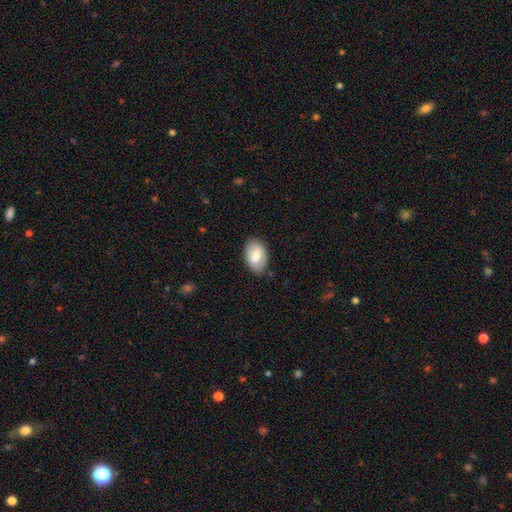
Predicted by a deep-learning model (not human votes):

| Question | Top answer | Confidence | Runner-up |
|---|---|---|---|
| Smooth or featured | smooth | 69% | featured or disk (24%) |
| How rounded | in between | 93% | round (6%) |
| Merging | none | 82% | minor disturbance (14%) |